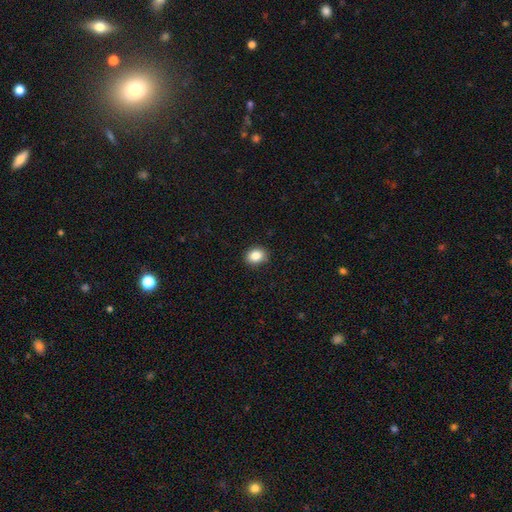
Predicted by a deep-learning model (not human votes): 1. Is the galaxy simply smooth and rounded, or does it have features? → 85% smooth, 10% star or artifact, 5% featured or disk.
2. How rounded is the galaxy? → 54% round, 45% in between, 1% cigar-shaped.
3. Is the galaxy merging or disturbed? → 87% none, 9% minor disturbance, 2% major disturbance, 1% merger.